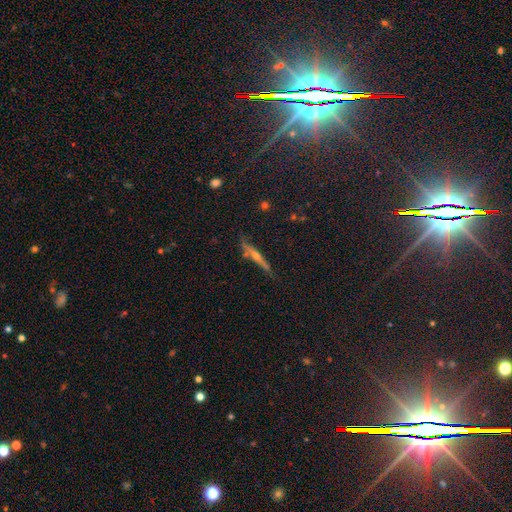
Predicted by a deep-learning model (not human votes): This is likely a featured or disk galaxy (65%). It is clearly viewed edge-on (95%). Edge-on bulge: likely rounded (79%). Merging: clearly none (81%).